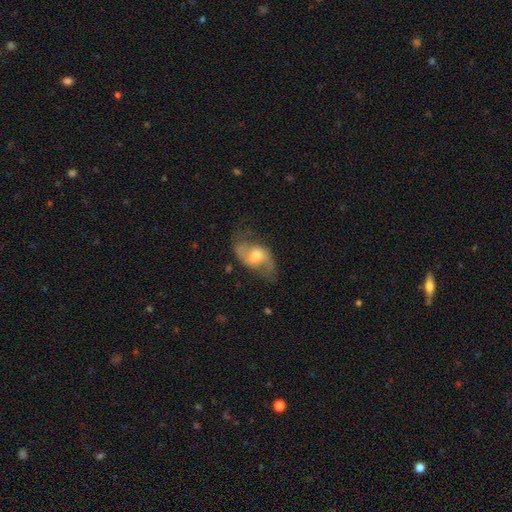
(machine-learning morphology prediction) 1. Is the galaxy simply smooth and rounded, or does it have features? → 67% featured or disk, 26% smooth, 7% star or artifact.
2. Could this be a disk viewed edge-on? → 93% no, 7% yes.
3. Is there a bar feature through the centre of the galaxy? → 47% weak, 35% no, 17% strong.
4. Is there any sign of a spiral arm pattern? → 82% yes, 18% no.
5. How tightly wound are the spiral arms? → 59% loose, 33% medium, 8% tight.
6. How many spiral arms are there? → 87% 2, 7% can't tell, 3% 1, 1% 3, 1% 4, 1% more than 4.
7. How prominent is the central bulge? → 56% moderate, 19% large, 19% small, 4% none, 2% dominant.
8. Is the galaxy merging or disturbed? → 61% none, 22% minor disturbance, 15% major disturbance, 2% merger.